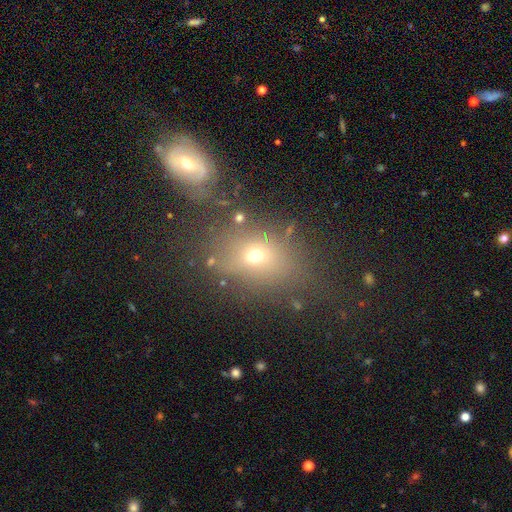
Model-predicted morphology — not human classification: This appears to be a smooth galaxy with no disk features (59%) that is in between round and cigar-shaped (58%). Merging: none (62%).